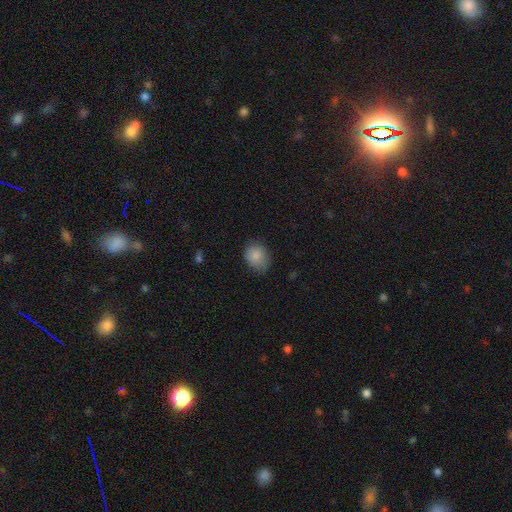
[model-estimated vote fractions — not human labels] Smooth or featured? smooth (86%)
How rounded? round (54%)
Merging? none (72%)